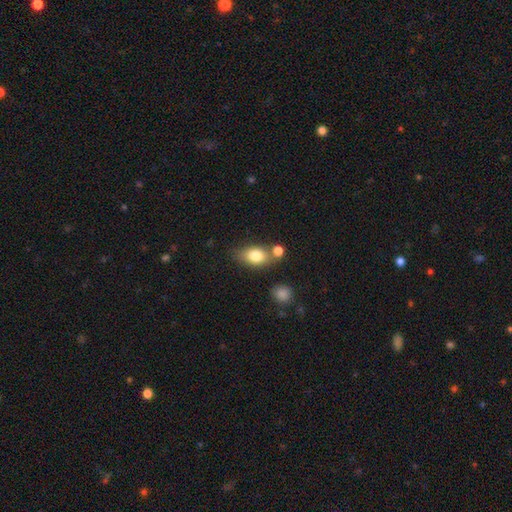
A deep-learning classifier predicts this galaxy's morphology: Smooth or featured?
  - smooth: 79% *
  - featured or disk: 12%
  - star or artifact: 8%
How rounded?
  - in between: 78% *
  - round: 18%
  - cigar-shaped: 4%
Merging?
  - none: 59% *
  - merger: 20%
  - minor disturbance: 16%
  - major disturbance: 5%